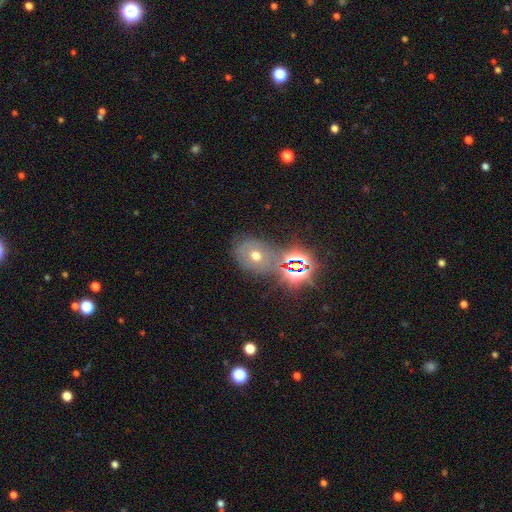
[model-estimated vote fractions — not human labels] Smooth or featured: smooth — 42% (star or artifact — 31%)
Merging: none — 62% (minor disturbance — 16%)